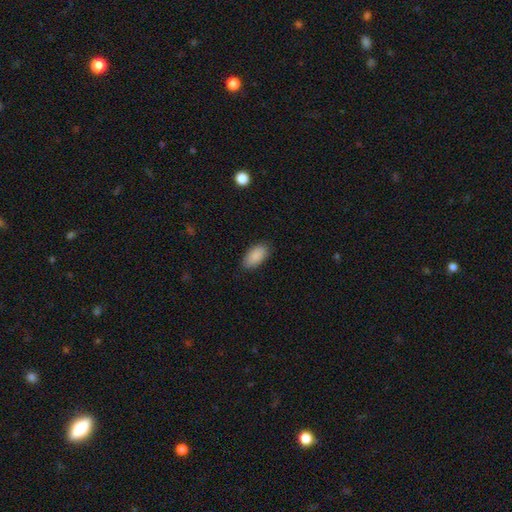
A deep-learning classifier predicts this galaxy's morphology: smooth_or_featured: smooth (p=0.89) [alt: star or artifact p=0.07]
how_rounded: in between (p=0.94) [alt: cigar-shaped p=0.03]
merging: none (p=0.86) [alt: minor disturbance p=0.11]